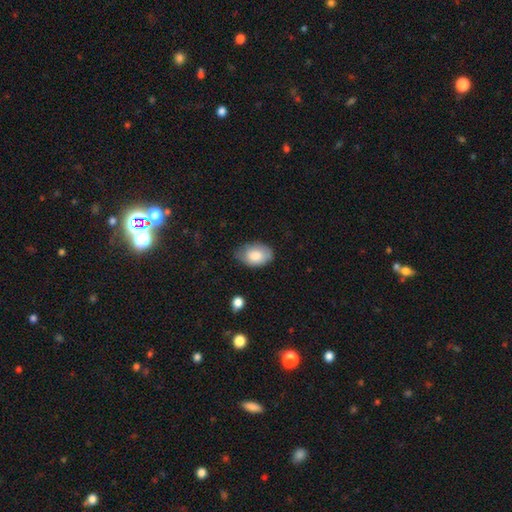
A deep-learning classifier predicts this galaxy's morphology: The model was most divided on "merging": none: 62%, minor disturbance: 31%, major disturbance: 6%, merger: 2%. More confident: how rounded — in between (87%); smooth or featured — smooth (81%).